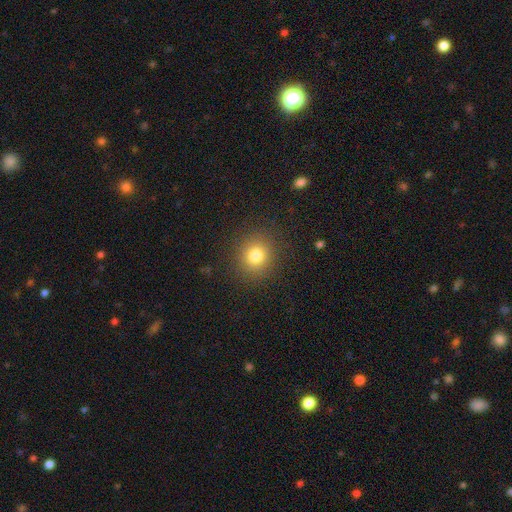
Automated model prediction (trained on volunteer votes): smooth_or_featured: smooth (p=0.79) [alt: star or artifact p=0.14]
how_rounded: round (p=0.84) [alt: in between p=0.15]
merging: none (p=0.88) [alt: minor disturbance p=0.07]